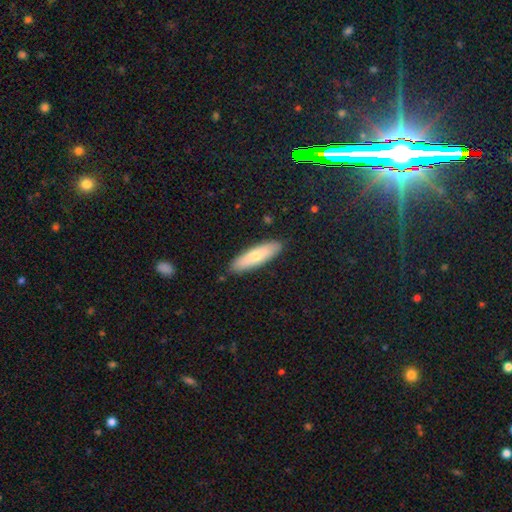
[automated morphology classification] Smooth or featured: smooth — 67% (featured or disk — 27%)
How rounded: cigar-shaped — 63% (in between — 35%)
Merging: none — 89% (minor disturbance — 9%)